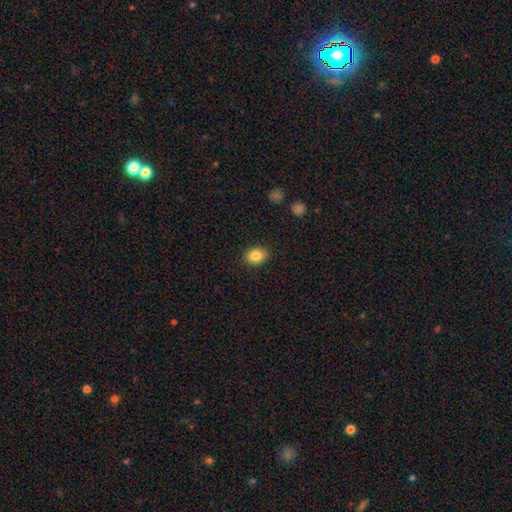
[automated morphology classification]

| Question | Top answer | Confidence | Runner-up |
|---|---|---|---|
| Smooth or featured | smooth | 84% | star or artifact (9%) |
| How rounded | in between | 62% | round (37%) |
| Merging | none | 88% | minor disturbance (9%) |